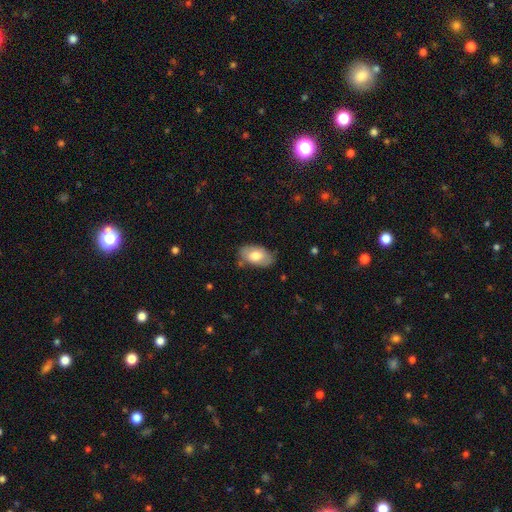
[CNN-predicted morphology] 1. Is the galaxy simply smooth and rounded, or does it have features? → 71% smooth, 23% featured or disk, 6% star or artifact.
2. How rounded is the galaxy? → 94% in between, 5% round, 2% cigar-shaped.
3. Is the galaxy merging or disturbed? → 76% none, 18% minor disturbance, 4% major disturbance, 2% merger.